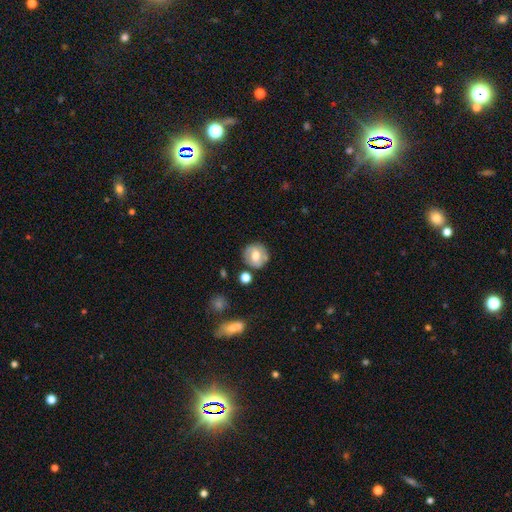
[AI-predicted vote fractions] smooth_or_featured: smooth (p=0.51) [alt: featured or disk p=0.41]
how_rounded: round (p=0.86) [alt: in between p=0.13]
merging: none (p=0.75) [alt: minor disturbance p=0.15]